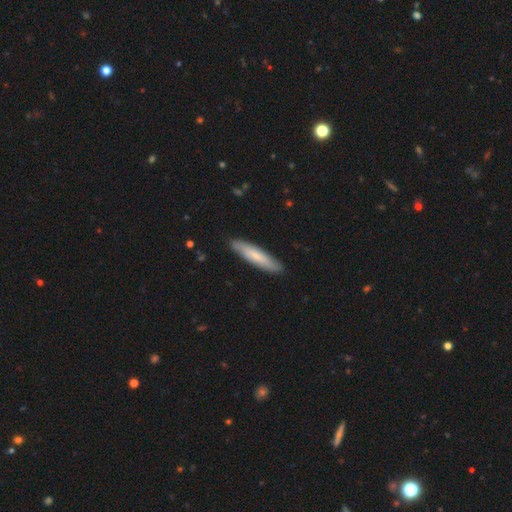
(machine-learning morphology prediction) This appears to be a smooth galaxy with no disk features (70%) that is cigar-shaped (85%). Merging: none (88%).